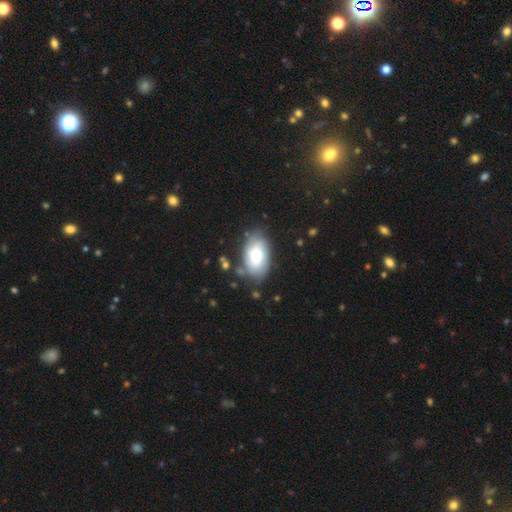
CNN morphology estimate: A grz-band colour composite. It shows a smooth galaxy with no disk features (58%) that is in between round and cigar-shaped (91%). Merging: none (72%).